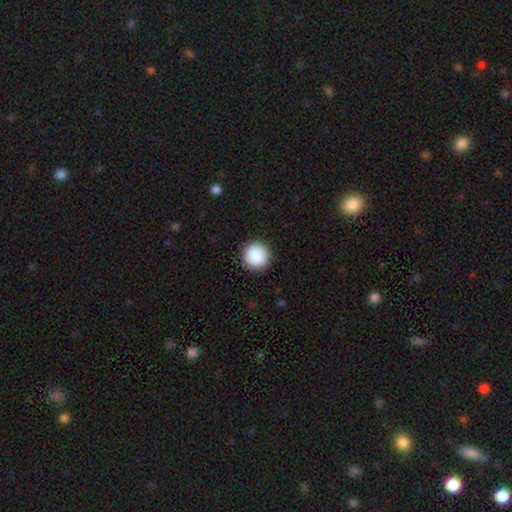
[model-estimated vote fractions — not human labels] The model was most divided on "smooth or featured": smooth: 89%, star or artifact: 8%, featured or disk: 3%. More confident: how rounded — round (96%); merging — none (92%).